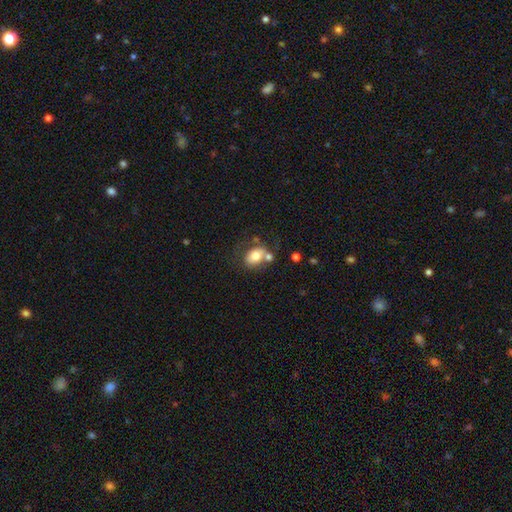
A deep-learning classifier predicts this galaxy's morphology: A smooth galaxy with no disk features (71%) that is in between round and cigar-shaped (68%).

Vote fractions:
- Smooth or featured? smooth: 71% / featured or disk: 21% / star or artifact: 9%
- How rounded? in between: 68% / round: 30% / cigar-shaped: 1%
- Merging? none: 48% / merger: 26% / minor disturbance: 18% / major disturbance: 9%